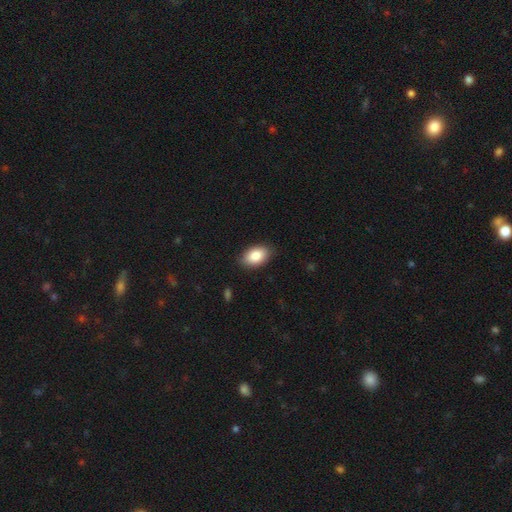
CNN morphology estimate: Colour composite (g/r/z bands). It shows a smooth galaxy with no disk features (86%) that is in between round and cigar-shaped (92%). Merging: none (87%).